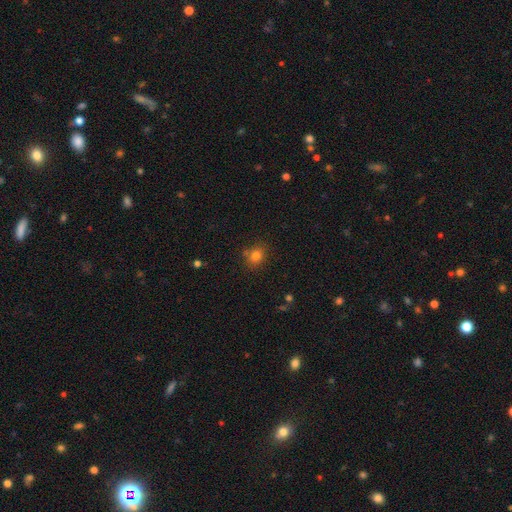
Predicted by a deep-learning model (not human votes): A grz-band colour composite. It shows a smooth galaxy with no disk features (80%) that is round (61%). Merging: none (77%).